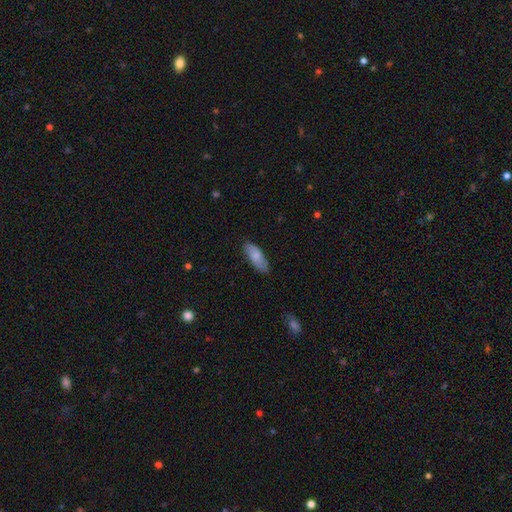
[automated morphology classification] Smooth or featured? smooth (76%)
How rounded? in between (77%)
Merging? none (80%)